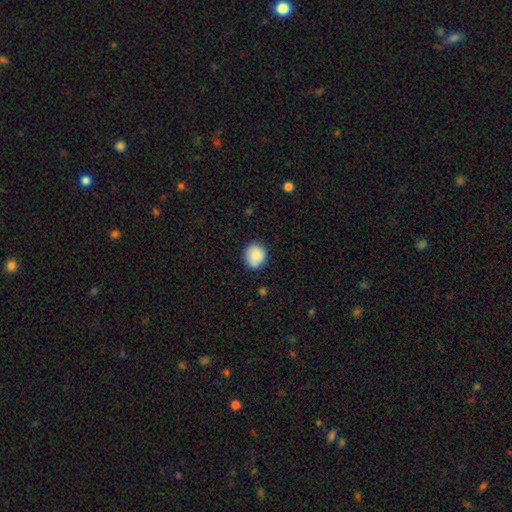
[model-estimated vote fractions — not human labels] Smooth or featured? smooth (85%)
How rounded? round (80%)
Merging? none (81%)